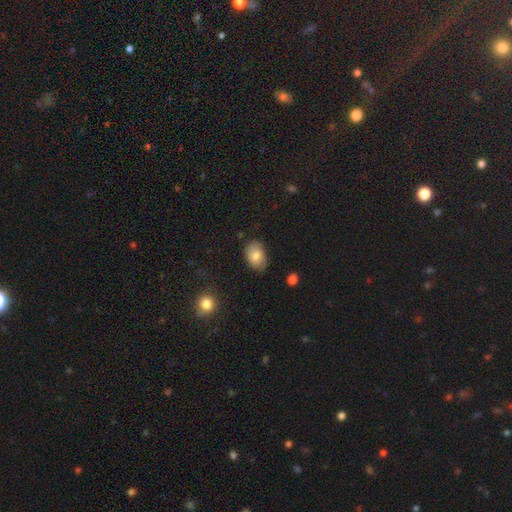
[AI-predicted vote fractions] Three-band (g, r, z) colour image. It shows a smooth galaxy with no disk features (73%) that is in between round and cigar-shaped (82%). Merging: none (72%).